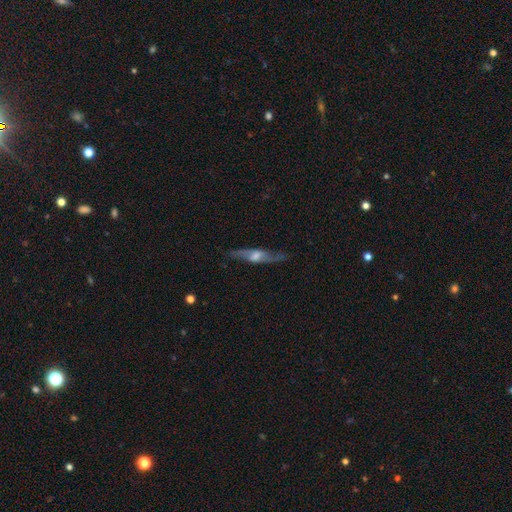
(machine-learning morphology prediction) Smooth or featured: featured or disk — 71% (smooth — 22%)
Edge-on disk: yes — 69% (no — 31%)
Merging: none — 80% (minor disturbance — 14%)